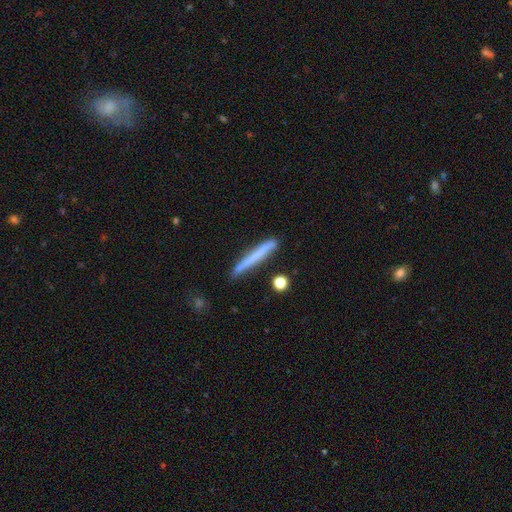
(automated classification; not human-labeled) This appears to be a smooth galaxy with no disk features (63%) that is cigar-shaped (97%). Merging: none (83%).